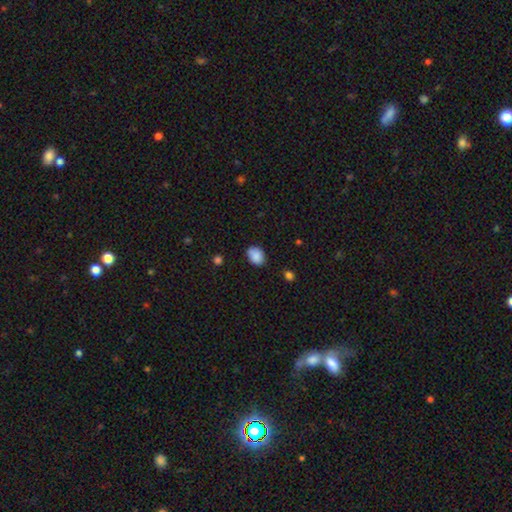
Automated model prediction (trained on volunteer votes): This is clearly a smooth galaxy (87%). How rounded: likely in between (66%). Merging: likely none (75%).